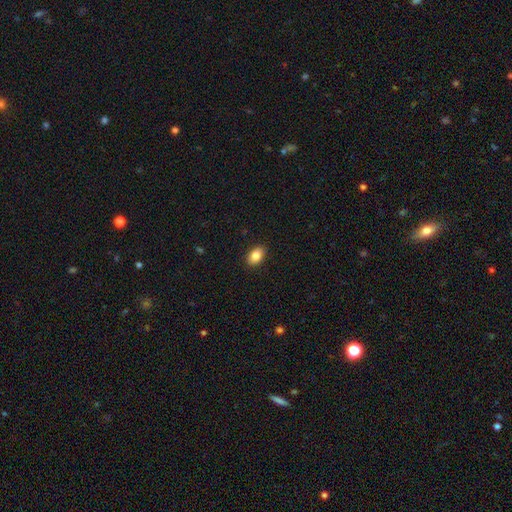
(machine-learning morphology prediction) Smooth or featured: smooth — 85% (star or artifact — 8%)
How rounded: in between — 86% (round — 12%)
Merging: none — 90% (minor disturbance — 7%)